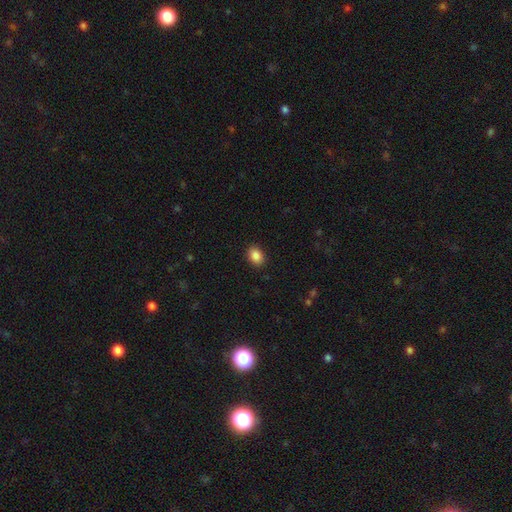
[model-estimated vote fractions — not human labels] Q: Smooth or featured?
A: smooth (87%); runner-up: star or artifact (9%)
Q: How rounded?
A: in between (69%); runner-up: round (30%)
Q: Merging?
A: none (90%); runner-up: minor disturbance (7%)